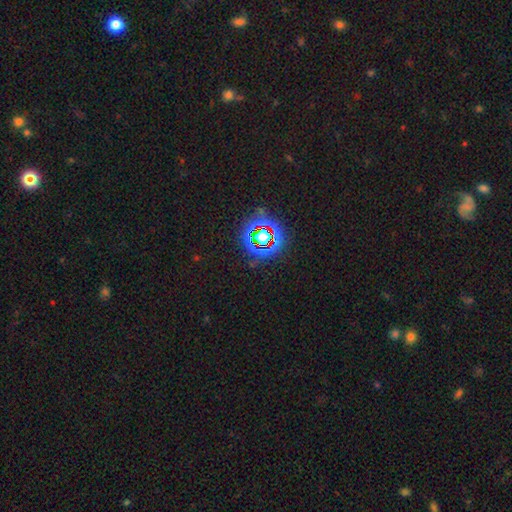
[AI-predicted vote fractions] A star or artifact, not a galaxy (77%).

Vote fractions:
- Smooth or featured? star or artifact: 77% / smooth: 14% / featured or disk: 9%